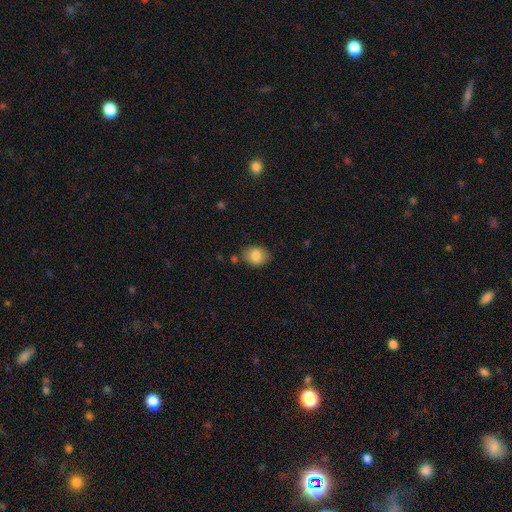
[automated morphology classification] A smooth galaxy with no disk features (84%) that is in between round and cigar-shaped (56%).

Vote fractions:
- Smooth or featured? smooth: 84% / star or artifact: 8% / featured or disk: 8%
- How rounded? in between: 56% / round: 43% / cigar-shaped: 1%
- Merging? none: 77% / minor disturbance: 15% / merger: 4% / major disturbance: 3%